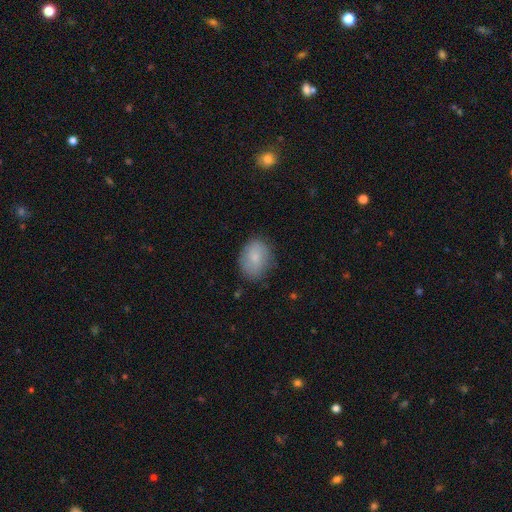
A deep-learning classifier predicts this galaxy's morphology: type=smooth (78%); roundness=in between (58%); merging=none (77%).